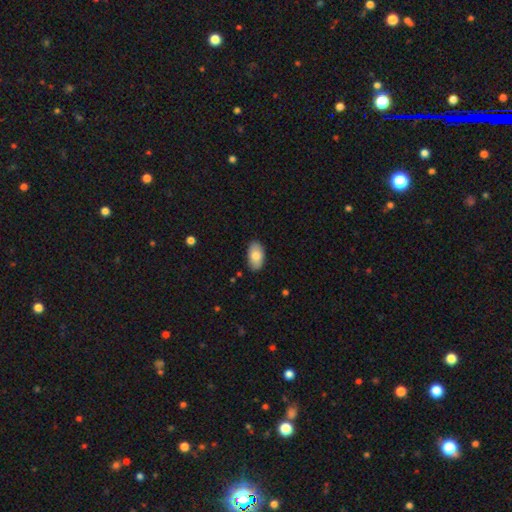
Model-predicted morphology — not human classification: Smooth or featured? smooth (81%)
How rounded? in between (94%)
Merging? none (87%)